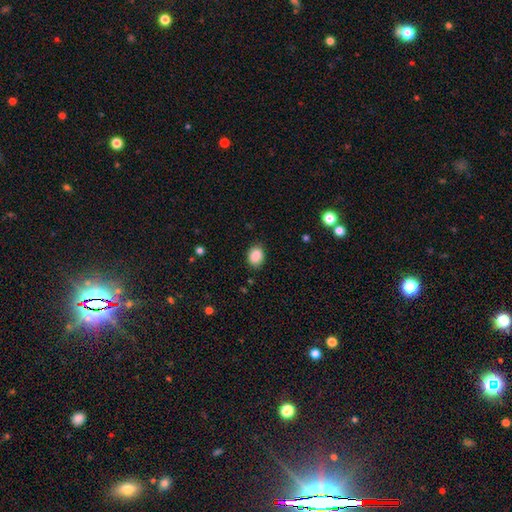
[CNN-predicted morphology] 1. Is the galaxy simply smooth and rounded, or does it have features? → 88% smooth, 8% star or artifact, 3% featured or disk.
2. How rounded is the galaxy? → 59% in between, 40% round, 1% cigar-shaped.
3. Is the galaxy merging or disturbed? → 84% none, 12% minor disturbance, 3% major disturbance, 1% merger.